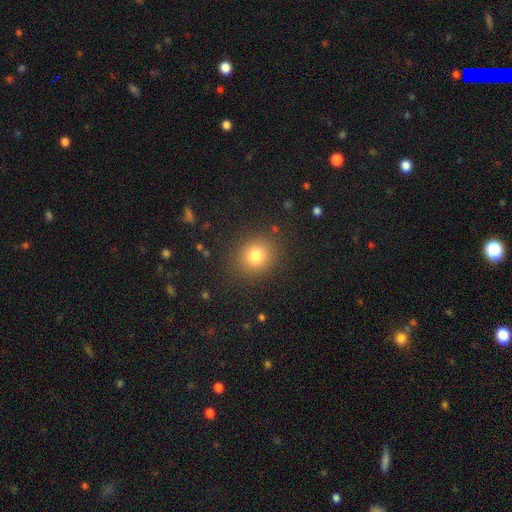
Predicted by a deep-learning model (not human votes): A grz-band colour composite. It shows a smooth galaxy with no disk features (79%) that is round (83%). Merging: none (87%).